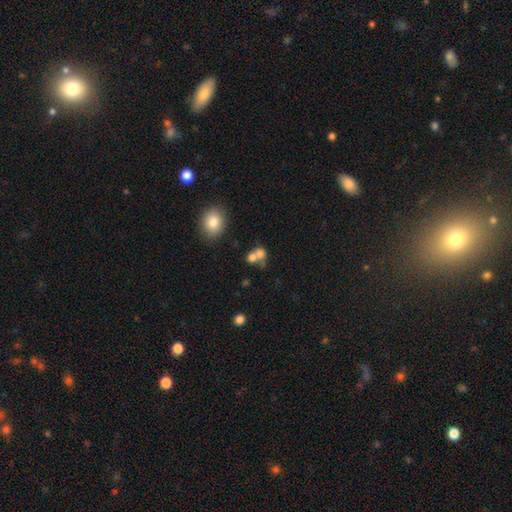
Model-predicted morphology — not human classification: Q: Smooth or featured?
A: smooth (71%); runner-up: featured or disk (17%)
Q: How rounded?
A: round (64%); runner-up: in between (35%)
Q: Merging?
A: merger (61%); runner-up: none (27%)